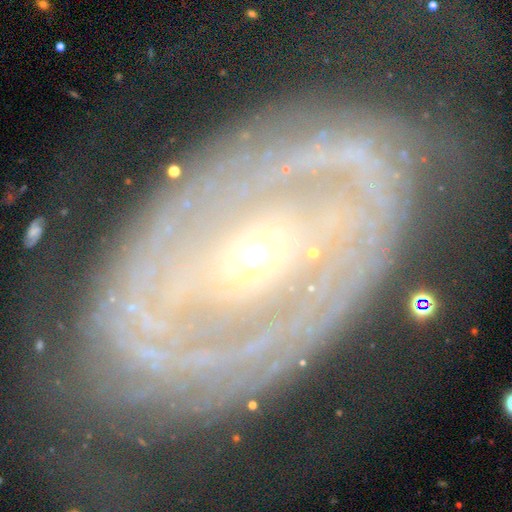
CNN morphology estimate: Overall: featured or disk (82%). Edge-on disk: no (94%). Bar: no (51%; weak 31%). Spiral arms: yes (79%). Spiral arm count: 2 (42%; can't tell 29%). Spiral winding: tight (59%; medium 27%). Bulge size: small (63%; moderate 32%). Merging: none (74%).